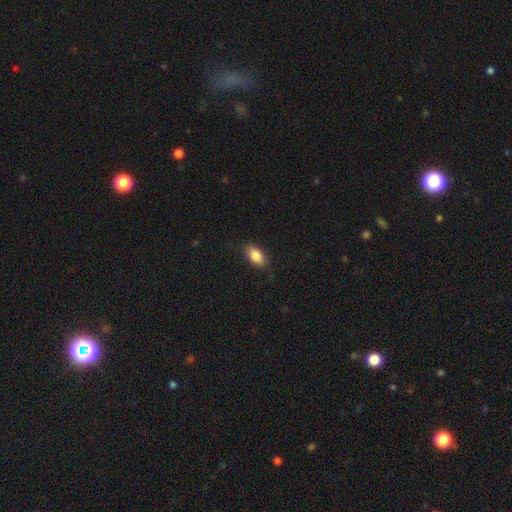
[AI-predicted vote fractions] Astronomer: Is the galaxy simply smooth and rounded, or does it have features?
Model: smooth — 85%.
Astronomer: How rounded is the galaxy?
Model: in between — 90%.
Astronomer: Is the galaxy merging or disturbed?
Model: none — 84%.